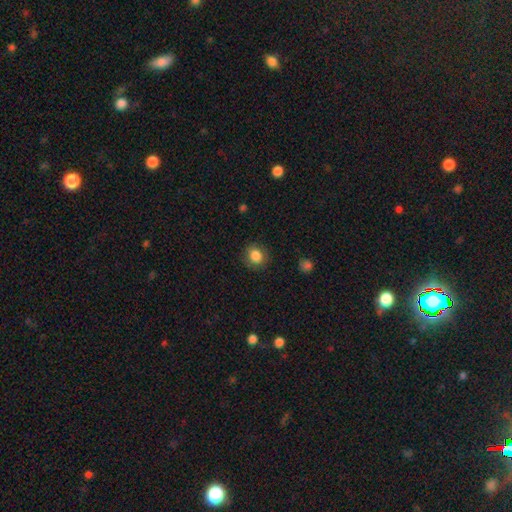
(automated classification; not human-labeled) A smooth galaxy with no disk features (85%) that is round (76%). Merging: none (85%).